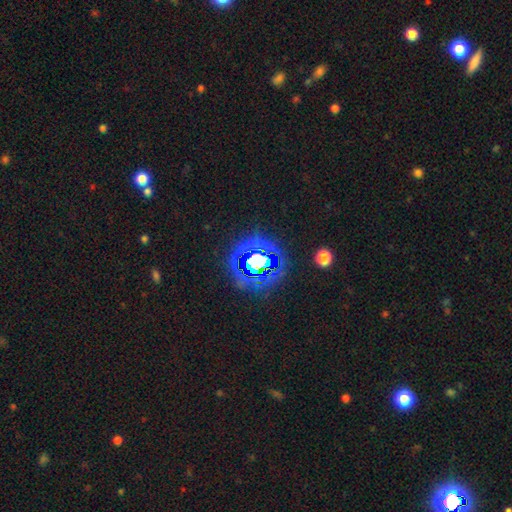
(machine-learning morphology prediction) A star or artifact, not a galaxy (75%).